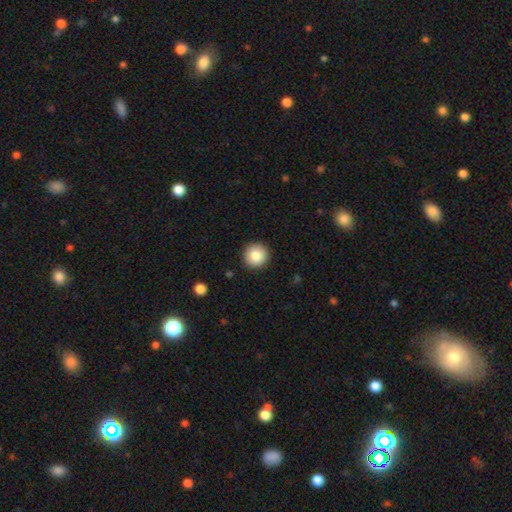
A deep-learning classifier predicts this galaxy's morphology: smooth_or_featured: smooth (p=0.84) [alt: star or artifact p=0.09]
how_rounded: round (p=0.95) [alt: in between p=0.04]
merging: none (p=0.92) [alt: minor disturbance p=0.06]